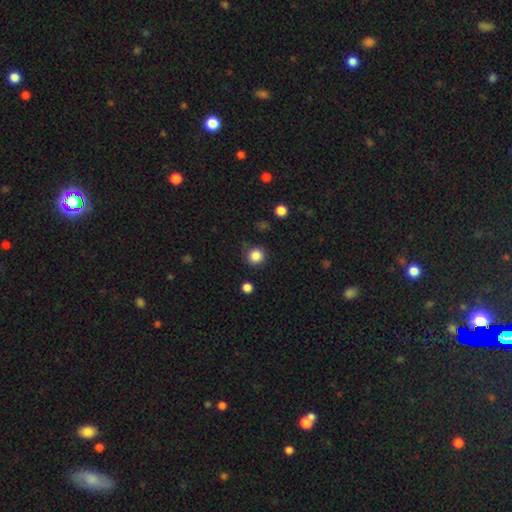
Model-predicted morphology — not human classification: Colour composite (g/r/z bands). It shows a smooth galaxy with no disk features (85%) that is round (92%). Merging: none (83%).